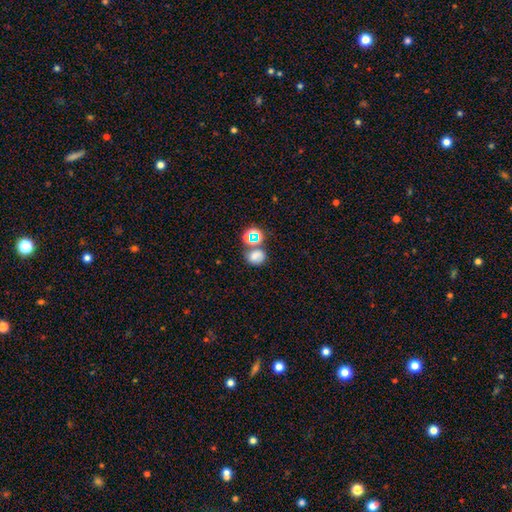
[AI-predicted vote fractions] Smooth or featured? smooth (63%)
How rounded? round (58%)
Merging? none (50%)